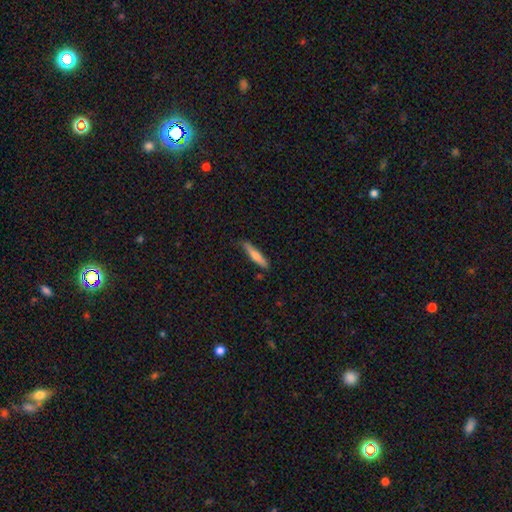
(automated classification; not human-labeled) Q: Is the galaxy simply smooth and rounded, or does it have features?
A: smooth — 65%.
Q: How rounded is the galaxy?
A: cigar-shaped — 89%.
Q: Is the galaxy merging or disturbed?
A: none — 79%.